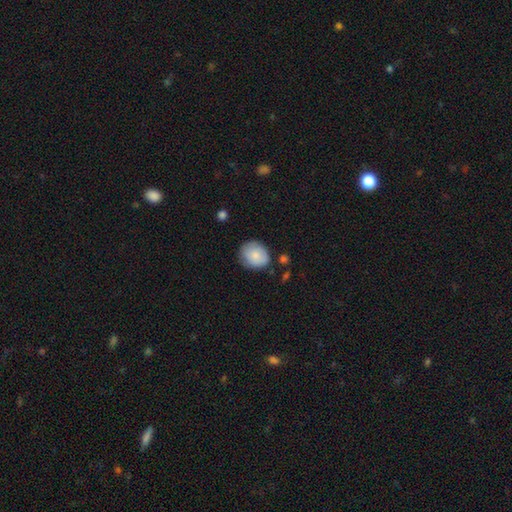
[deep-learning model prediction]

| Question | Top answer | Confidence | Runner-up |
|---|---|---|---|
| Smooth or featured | smooth | 82% | featured or disk (11%) |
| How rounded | round | 67% | in between (33%) |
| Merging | none | 75% | minor disturbance (19%) |